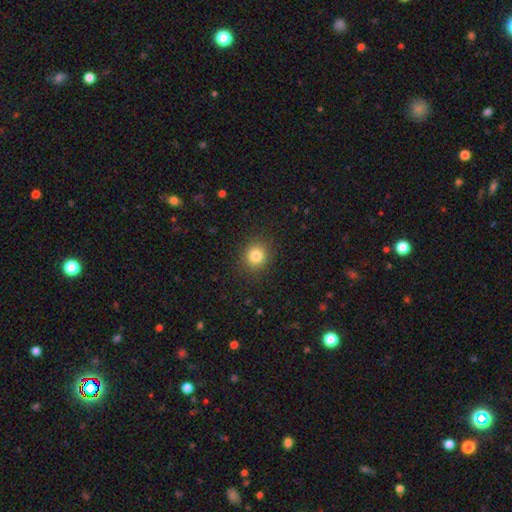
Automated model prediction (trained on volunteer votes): This is clearly a smooth galaxy (82%). How rounded: clearly round (85%). Merging: clearly none (89%).